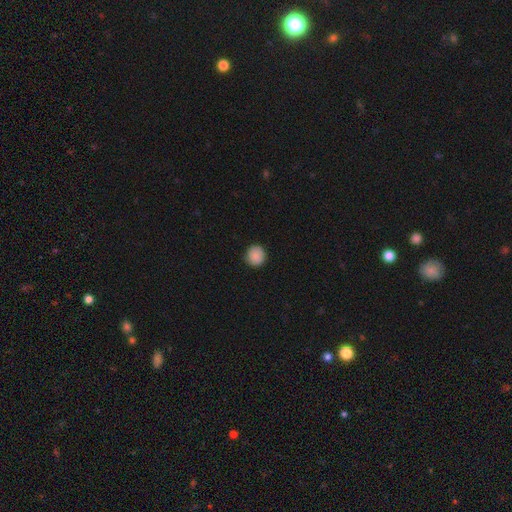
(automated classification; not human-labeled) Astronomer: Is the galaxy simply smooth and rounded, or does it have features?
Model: smooth — 88%.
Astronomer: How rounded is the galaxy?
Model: round — 92%.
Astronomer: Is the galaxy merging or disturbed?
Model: none — 90%.